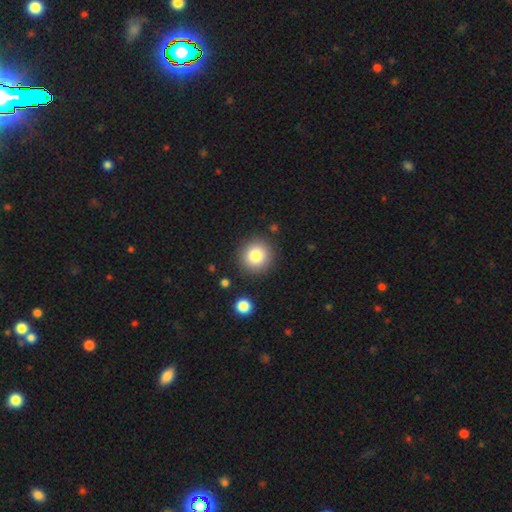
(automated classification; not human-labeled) smooth_or_featured: smooth (p=0.81) [alt: star or artifact p=0.11]
how_rounded: round (p=0.94) [alt: in between p=0.05]
merging: none (p=0.88) [alt: minor disturbance p=0.07]